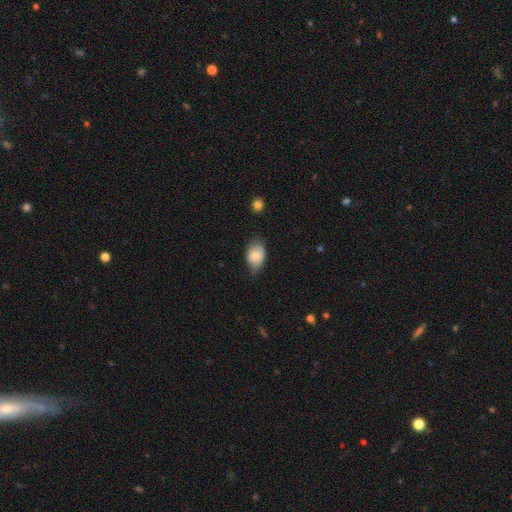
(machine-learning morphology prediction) Q: Smooth or featured?
A: smooth (76%); runner-up: featured or disk (17%)
Q: How rounded?
A: in between (81%); runner-up: round (18%)
Q: Merging?
A: none (59%); runner-up: minor disturbance (33%)